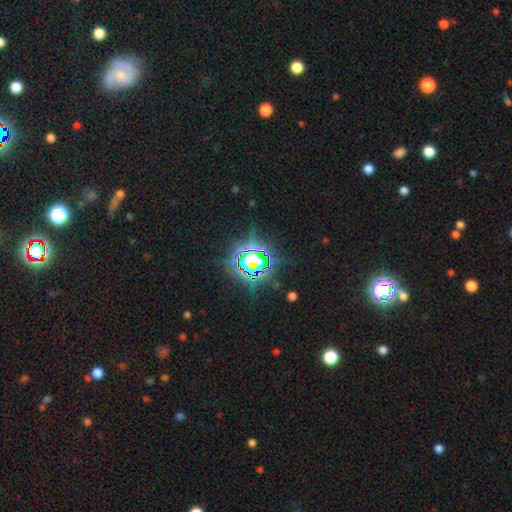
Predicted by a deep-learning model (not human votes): smooth_or_featured: star or artifact (p=0.79) [alt: smooth p=0.11]